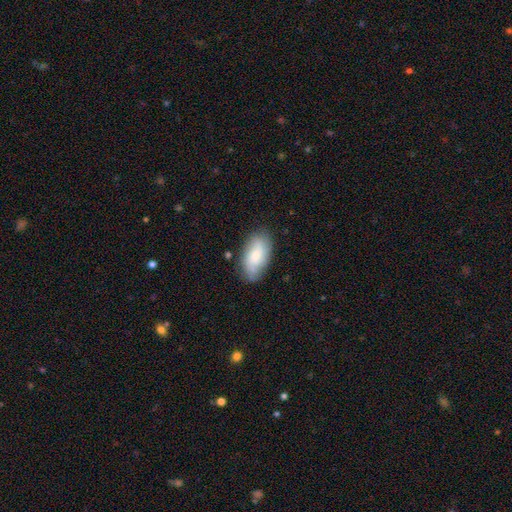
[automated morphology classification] smooth_or_featured: smooth (p=0.64) [alt: featured or disk p=0.30]
how_rounded: in between (p=0.92) [alt: cigar-shaped p=0.04]
merging: none (p=0.76) [alt: minor disturbance p=0.19]